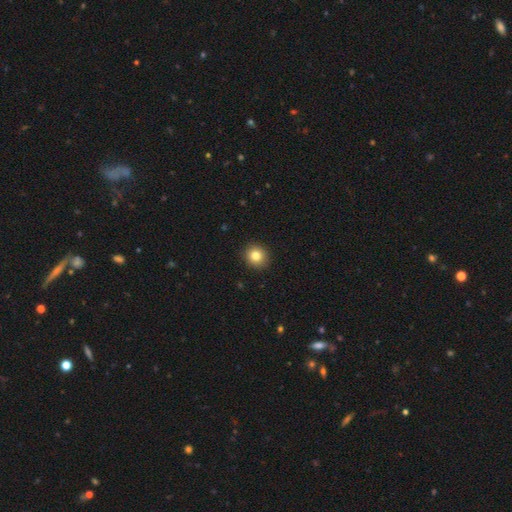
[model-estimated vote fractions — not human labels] The model was most divided on "smooth or featured": smooth: 82%, star or artifact: 10%, featured or disk: 7%. More confident: merging — none (92%); how rounded — round (90%).